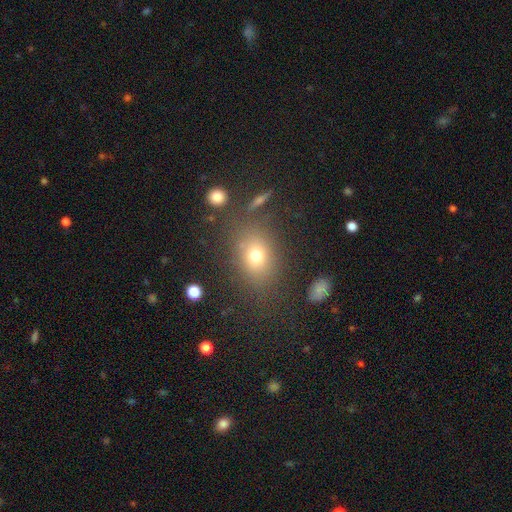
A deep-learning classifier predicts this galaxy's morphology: This is likely a smooth galaxy (71%). How rounded: possibly in between (55%). Merging: likely none (76%).